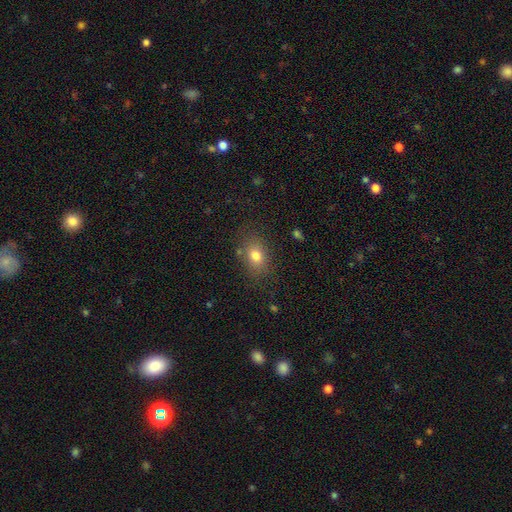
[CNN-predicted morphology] Overall: smooth (77%). How rounded: in between (70%). Merging: none (79%).